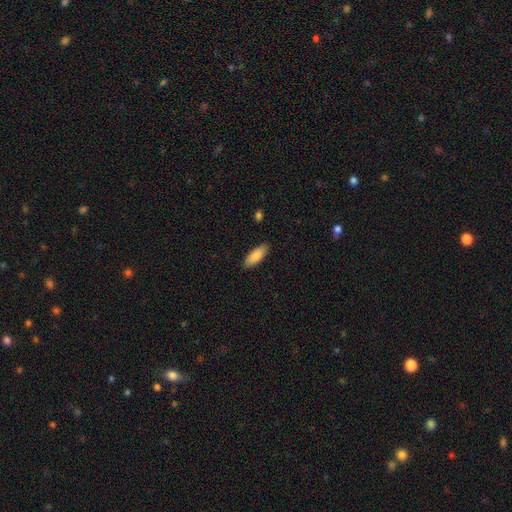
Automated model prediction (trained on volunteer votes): smooth-or-featured: smooth: 86% | featured or disk: 8% | star or artifact: 6%
  how-rounded: in between: 71% | cigar-shaped: 28% | round: 2%
  merging: none: 88% | minor disturbance: 9% | major disturbance: 2% | merger: 1%